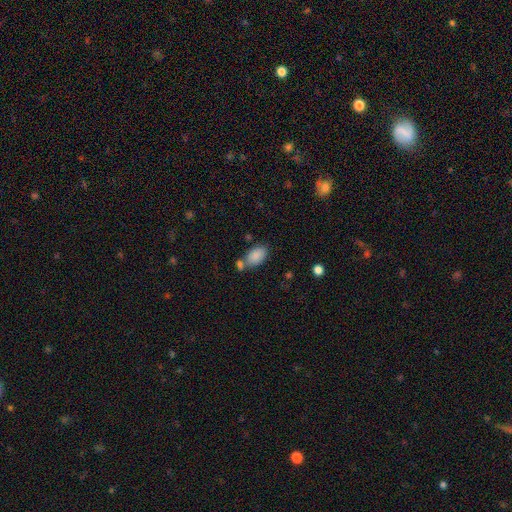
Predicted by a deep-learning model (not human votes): The model was most divided on "merging": none: 59%, merger: 22%, minor disturbance: 15%, major disturbance: 5%. More confident: how rounded — in between (93%); smooth or featured — smooth (87%).